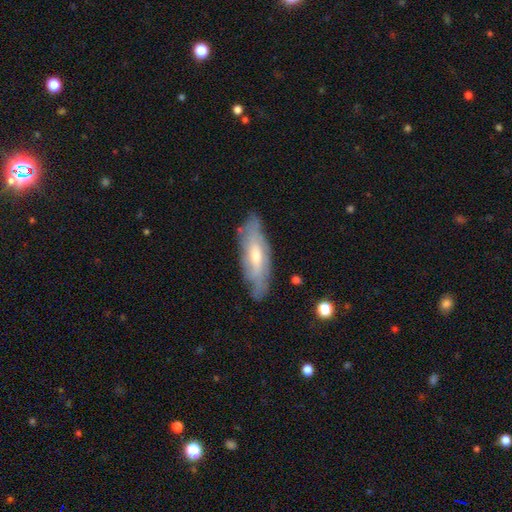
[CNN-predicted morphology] A featured or disk galaxy (60%). Merging: none (76%).